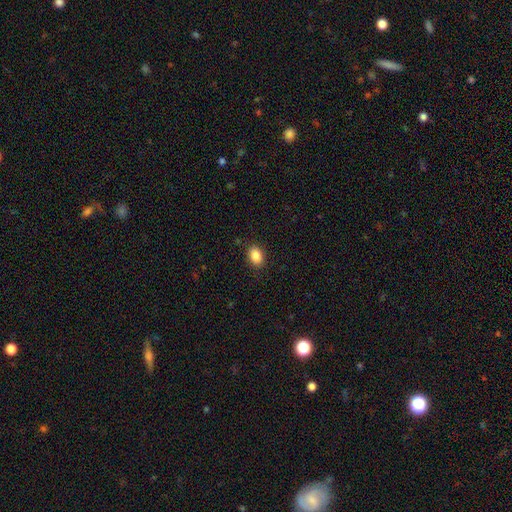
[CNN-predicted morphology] Smooth or featured? Predicted: smooth (p=0.88). How rounded? Predicted: in between (p=0.80). Merging? Predicted: none (p=0.88).